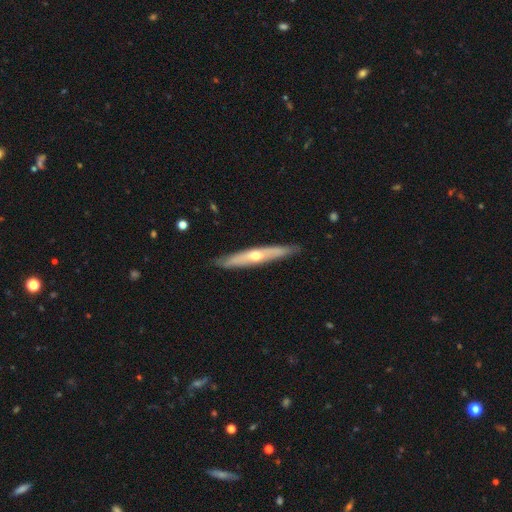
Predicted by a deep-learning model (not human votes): This is likely a featured or disk galaxy (60%). It is clearly viewed edge-on (83%). Merging: clearly none (86%).